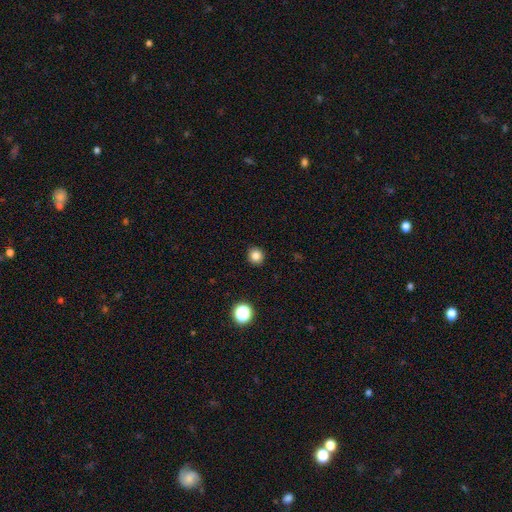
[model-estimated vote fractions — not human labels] Smooth or featured? smooth (82%)
How rounded? round (85%)
Merging? none (91%)